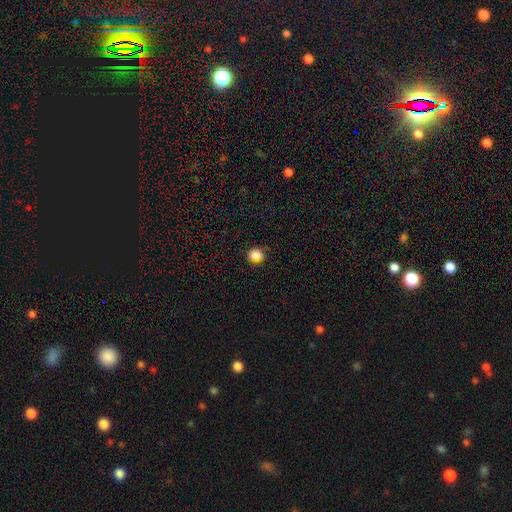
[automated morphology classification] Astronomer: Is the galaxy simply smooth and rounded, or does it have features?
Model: smooth — 85%.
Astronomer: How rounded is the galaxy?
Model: round — 81%.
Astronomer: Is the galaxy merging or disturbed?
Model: none — 84%.